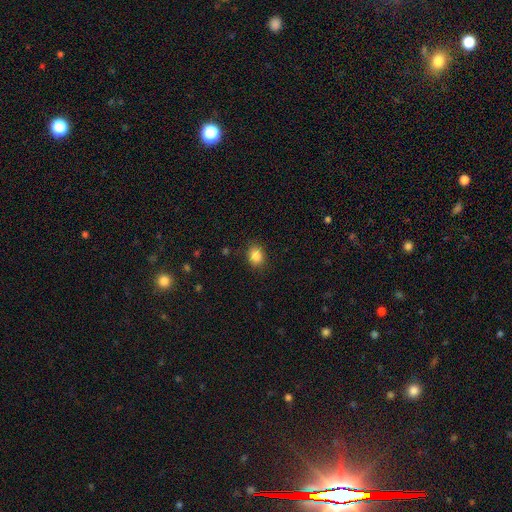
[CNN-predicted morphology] Smooth or featured: smooth — 86% (star or artifact — 10%)
How rounded: round — 52% (in between — 47%)
Merging: none — 86% (minor disturbance — 10%)